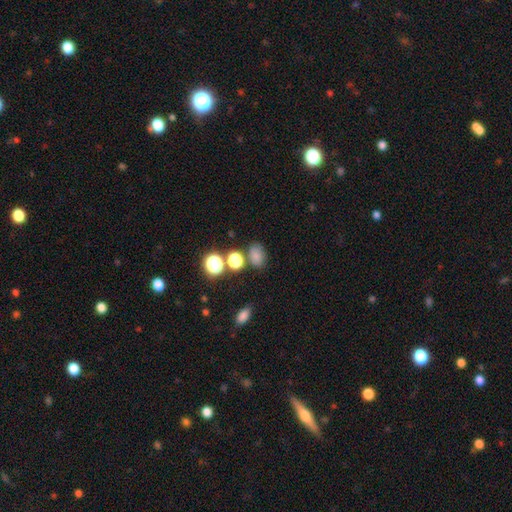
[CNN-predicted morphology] smooth 76%, star or artifact 17%, featured or disk 7%. Down the decision tree: how rounded — in between (69%); merging — none (69%).